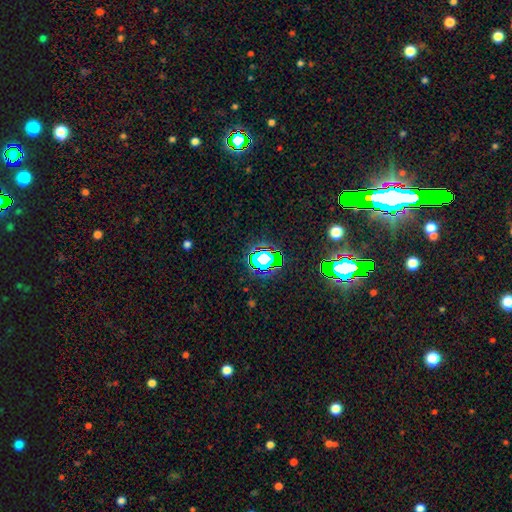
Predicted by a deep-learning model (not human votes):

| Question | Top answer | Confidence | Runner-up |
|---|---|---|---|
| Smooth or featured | star or artifact | 61% | smooth (26%) |